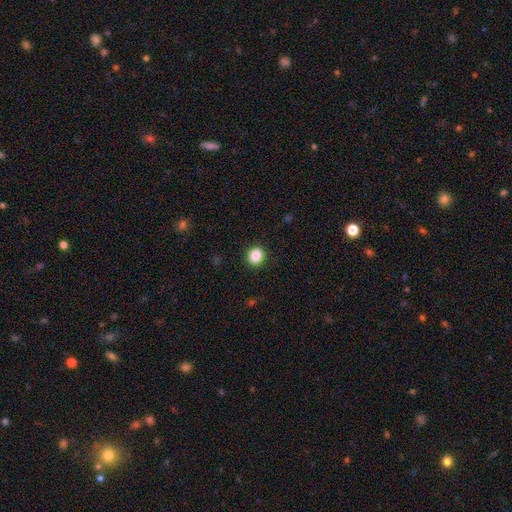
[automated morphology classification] Smooth or featured? Predicted: smooth (p=0.86). How rounded? Predicted: round (p=0.83). Merging? Predicted: none (p=0.91).